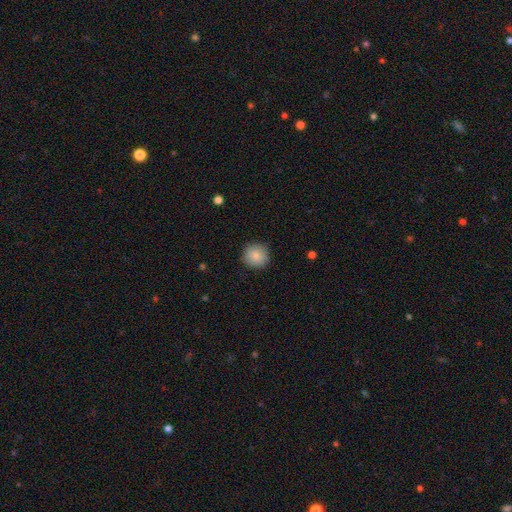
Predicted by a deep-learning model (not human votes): A smooth galaxy with no disk features (84%) that is round (93%).

Vote fractions:
- Smooth or featured? smooth: 84% / star or artifact: 8% / featured or disk: 8%
- How rounded? round: 93% / in between: 6% / cigar-shaped: 1%
- Merging? none: 88% / minor disturbance: 9% / major disturbance: 2% / merger: 1%